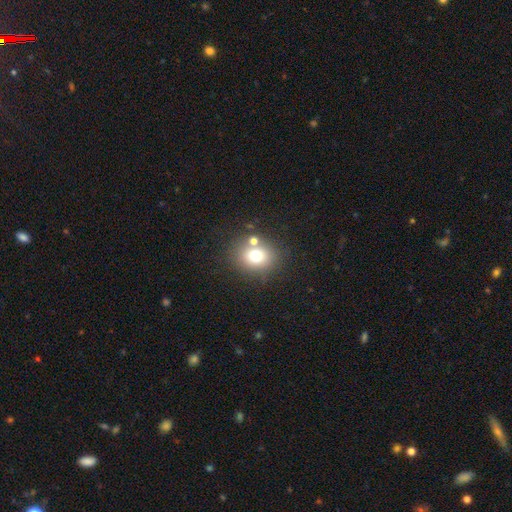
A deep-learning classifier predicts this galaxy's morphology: The model was most divided on "how rounded": round: 70%, in between: 30%, cigar-shaped: 1%. More confident: smooth or featured — smooth (73%); merging — none (70%).